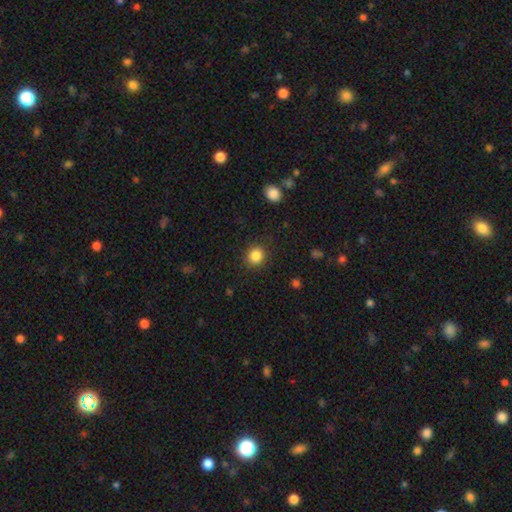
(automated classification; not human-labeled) Smooth or featured? smooth (85%)
How rounded? round (84%)
Merging? none (88%)